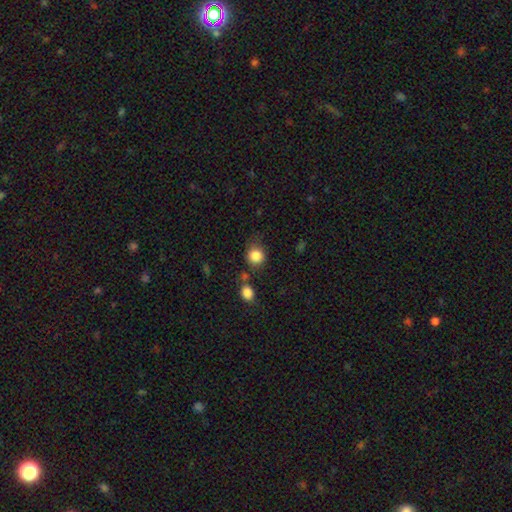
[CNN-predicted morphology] A smooth galaxy with no disk features (84%) that is round (81%). Merging: none (64%).